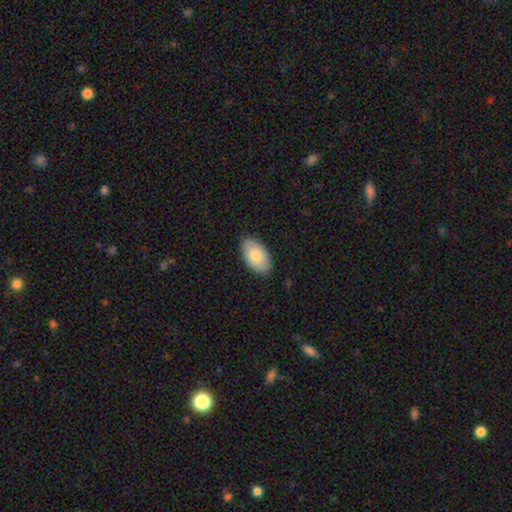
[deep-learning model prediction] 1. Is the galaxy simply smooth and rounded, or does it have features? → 79% smooth, 16% featured or disk, 5% star or artifact.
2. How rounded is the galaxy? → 95% in between, 4% round, 1% cigar-shaped.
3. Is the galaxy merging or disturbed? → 84% none, 13% minor disturbance, 2% major disturbance, 1% merger.